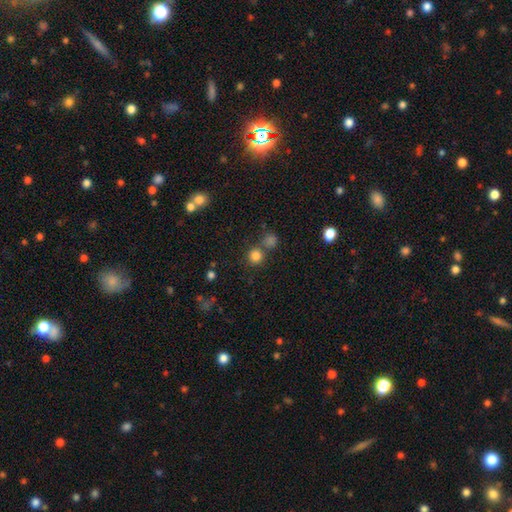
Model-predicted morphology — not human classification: Smooth or featured?
  - smooth: 80% *
  - star or artifact: 14%
  - featured or disk: 5%
How rounded?
  - round: 91% *
  - in between: 8%
  - cigar-shaped: 1%
Merging?
  - none: 69% *
  - merger: 20%
  - minor disturbance: 8%
  - major disturbance: 4%